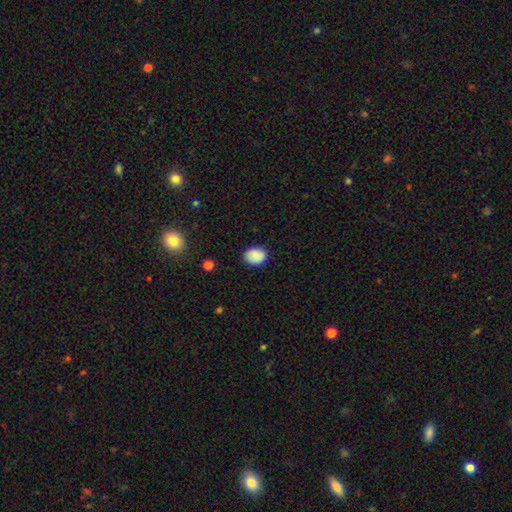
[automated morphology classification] type=smooth (87%); roundness=in between (59%); merging=none (85%).